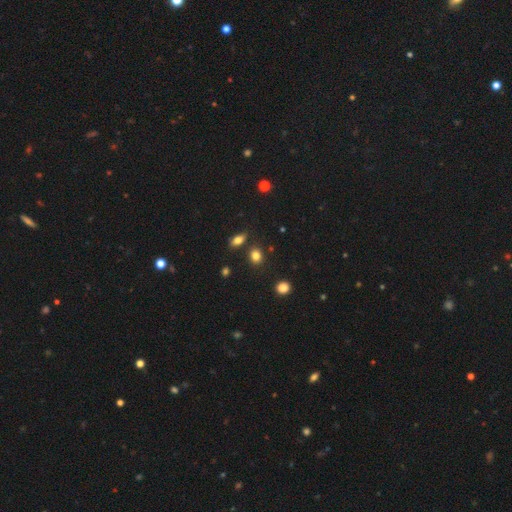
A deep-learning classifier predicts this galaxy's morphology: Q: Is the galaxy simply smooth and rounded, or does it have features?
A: smooth — 82%.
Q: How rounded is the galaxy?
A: round — 58%.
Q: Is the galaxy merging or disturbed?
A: none — 81%.